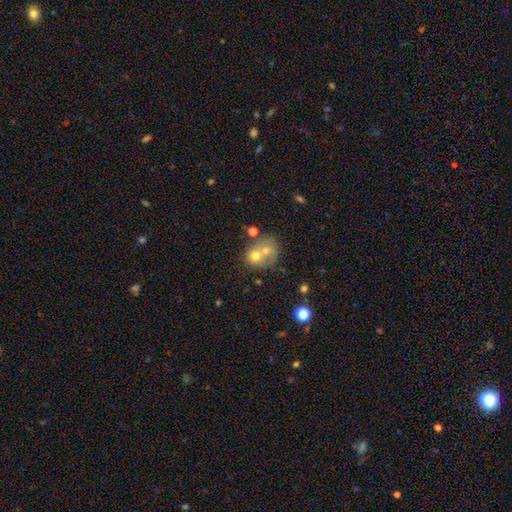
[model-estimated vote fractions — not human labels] The model was most divided on "how rounded": round: 64%, in between: 35%, cigar-shaped: 1%. More confident: merging — merger (63%); smooth or featured — smooth (60%).